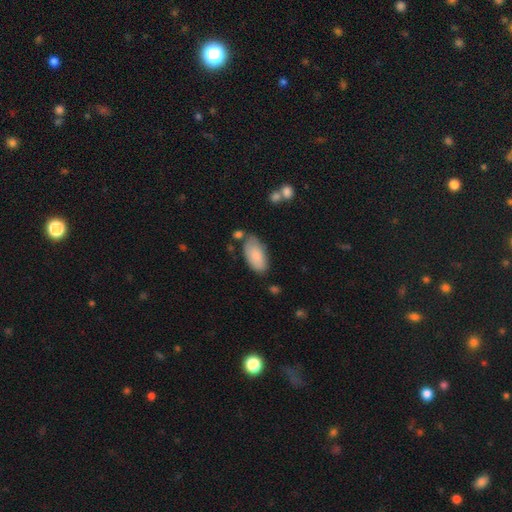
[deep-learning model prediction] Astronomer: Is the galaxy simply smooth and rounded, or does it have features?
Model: smooth — 83%.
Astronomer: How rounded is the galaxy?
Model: in between — 94%.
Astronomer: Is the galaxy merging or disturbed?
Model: none — 66%.